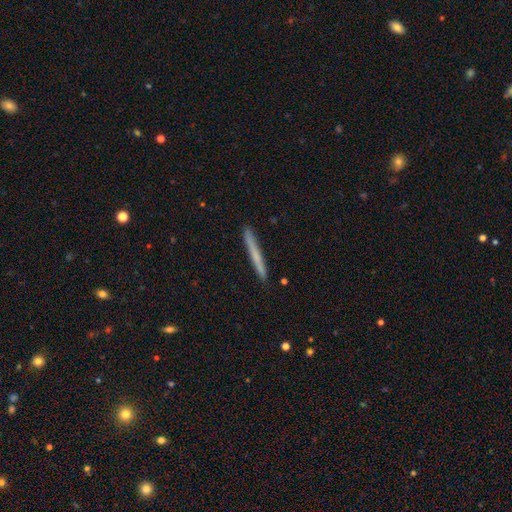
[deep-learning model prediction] The model was most divided on "smooth or featured": smooth: 61%, featured or disk: 34%, star or artifact: 6%. More confident: how rounded — cigar-shaped (97%); merging — none (92%).